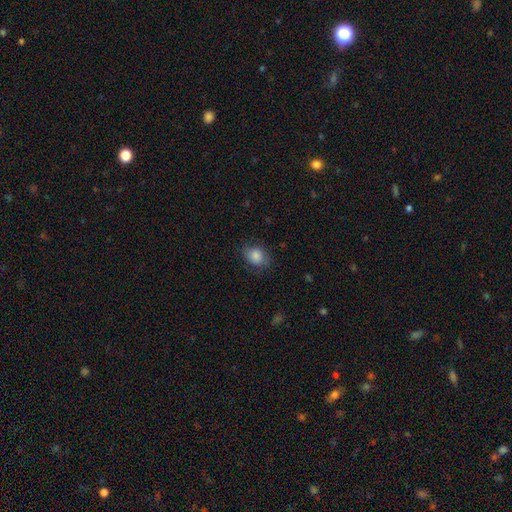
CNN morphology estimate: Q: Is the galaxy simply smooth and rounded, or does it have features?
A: smooth — 84%.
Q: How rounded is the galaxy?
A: in between — 53%.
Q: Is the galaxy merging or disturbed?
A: none — 75%.